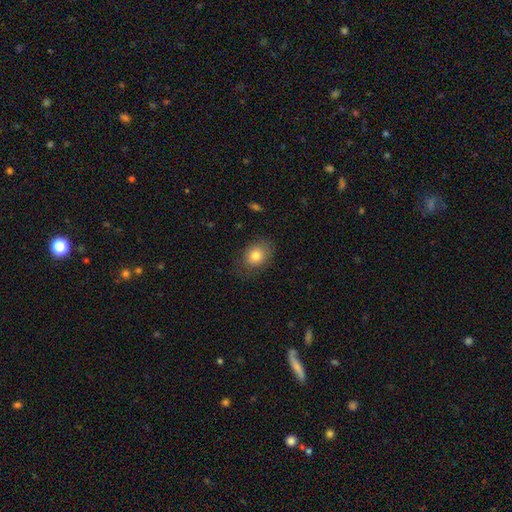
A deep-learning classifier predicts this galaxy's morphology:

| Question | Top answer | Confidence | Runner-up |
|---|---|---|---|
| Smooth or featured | smooth | 80% | featured or disk (11%) |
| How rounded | in between | 55% | round (44%) |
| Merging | none | 77% | minor disturbance (17%) |